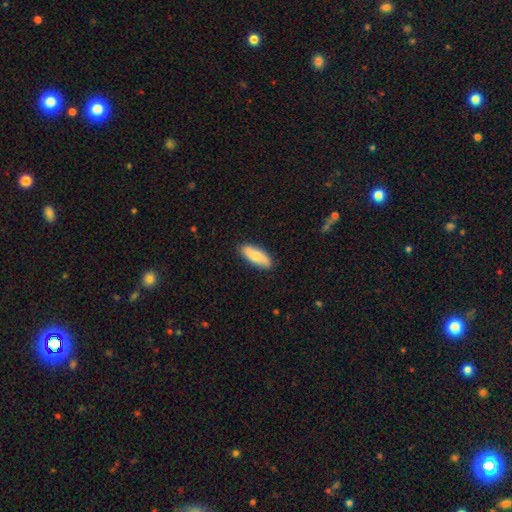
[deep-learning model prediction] Smooth or featured? smooth (80%)
How rounded? in between (68%)
Merging? none (87%)